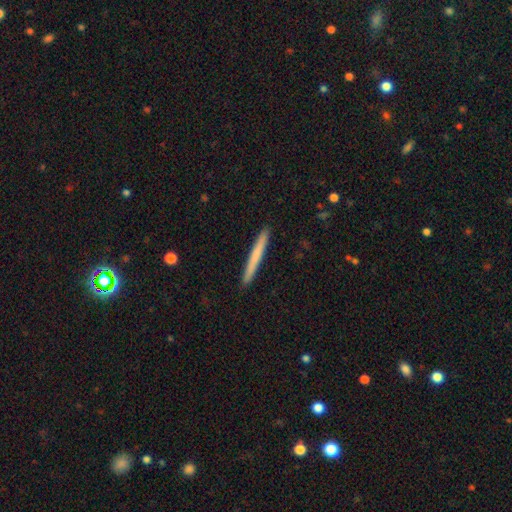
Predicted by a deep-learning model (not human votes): Smooth or featured? smooth (66%)
How rounded? cigar-shaped (97%)
Merging? none (93%)